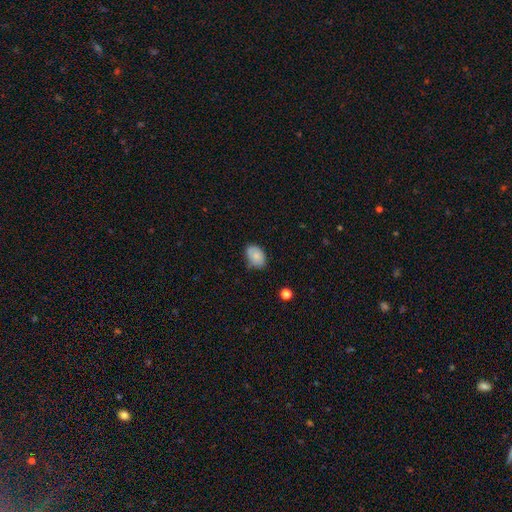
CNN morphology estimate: Overall: smooth (78%). How rounded: in between (86%). Merging: none (71%).